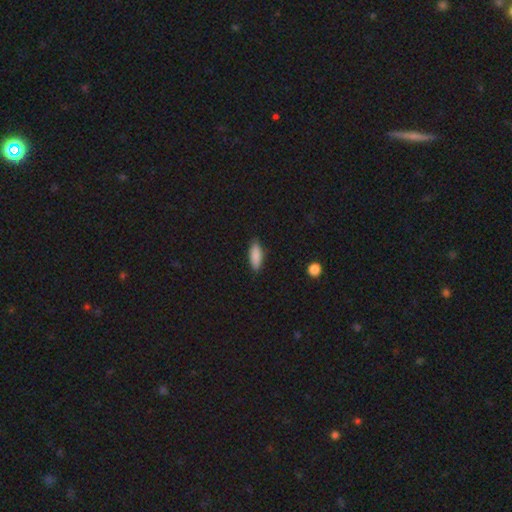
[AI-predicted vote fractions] Smooth or featured: smooth — 88% (star or artifact — 6%)
How rounded: in between — 71% (cigar-shaped — 27%)
Merging: none — 87% (minor disturbance — 10%)